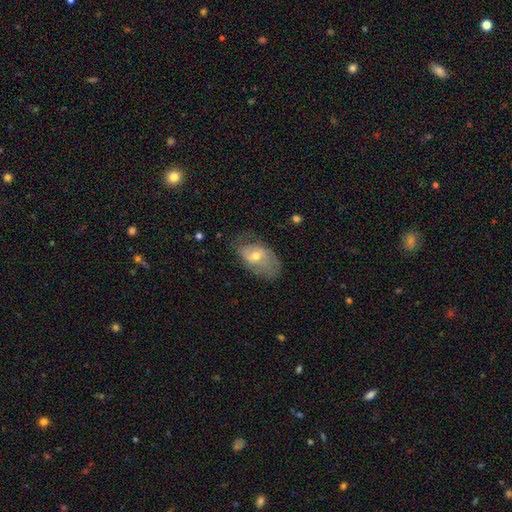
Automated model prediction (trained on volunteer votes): A featured or disk galaxy (52%). Merging: none (53%).